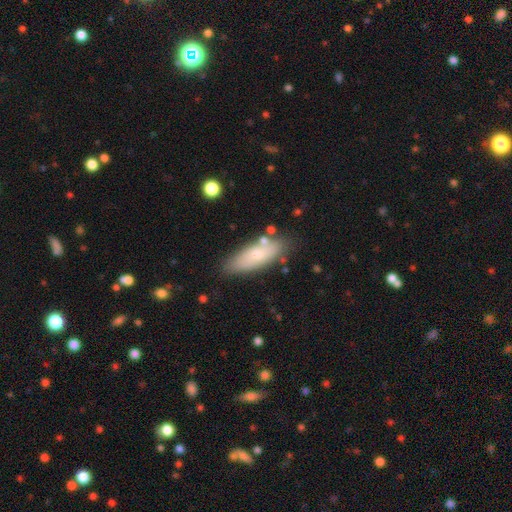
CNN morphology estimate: type=smooth (69%); roundness=in between (67%); merging=none (76%).